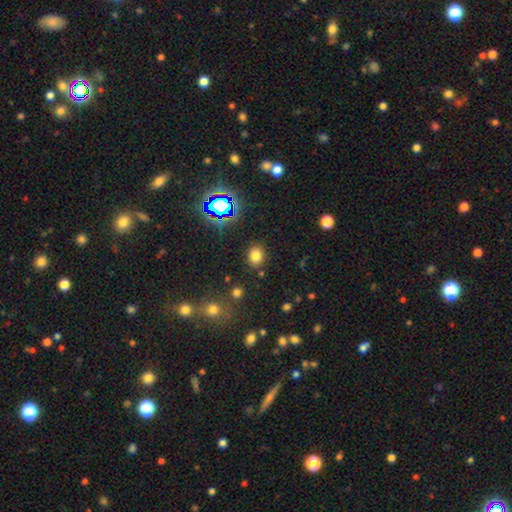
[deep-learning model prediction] This is likely a smooth galaxy (74%). How rounded: possibly in between (54%). Merging: clearly none (84%).